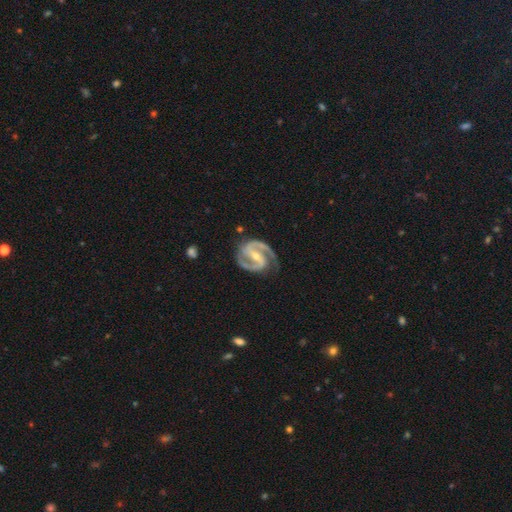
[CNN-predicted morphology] A featured or disk galaxy (94%) with a strong bar (55%), 2 (93%) medium (58%) spiral arms (99%) and a small central bulge (59%).

Vote fractions:
- Smooth or featured? featured or disk: 94% / star or artifact: 3% / smooth: 3%
- Edge-on disk? no: 98% / yes: 2%
- Bar? strong: 55% / weak: 31% / no: 14%
- Spiral arms? yes: 99% / no: 1%
- Spiral winding? medium: 58% / tight: 33% / loose: 9%
- Spiral arm count? 2: 93% / 3: 2% / can't tell: 1% / 1: 1% / 4: 1% / more than 4: 1%
- Bulge size? small: 59% / moderate: 38% / none: 2% / large: 1% / dominant: 1%
- Merging? none: 79% / minor disturbance: 14% / major disturbance: 5% / merger: 2%